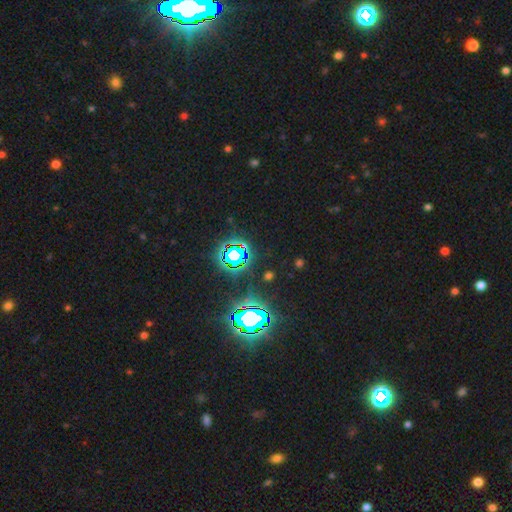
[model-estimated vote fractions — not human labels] smooth_or_featured: star or artifact (p=0.83) [alt: smooth p=0.11]